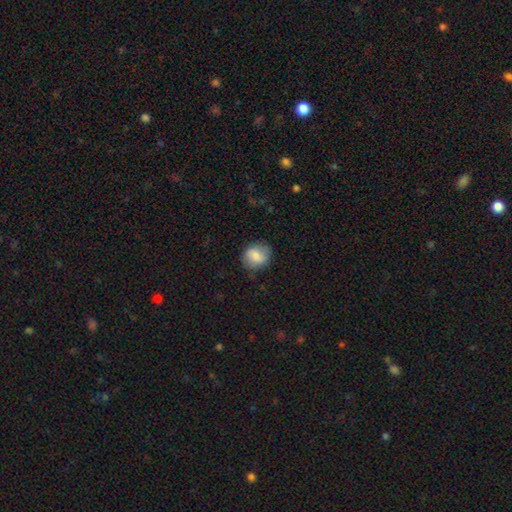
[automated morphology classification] Smooth or featured? Predicted: smooth (p=0.77). How rounded? Predicted: round (p=0.76). Merging? Predicted: none (p=0.78).